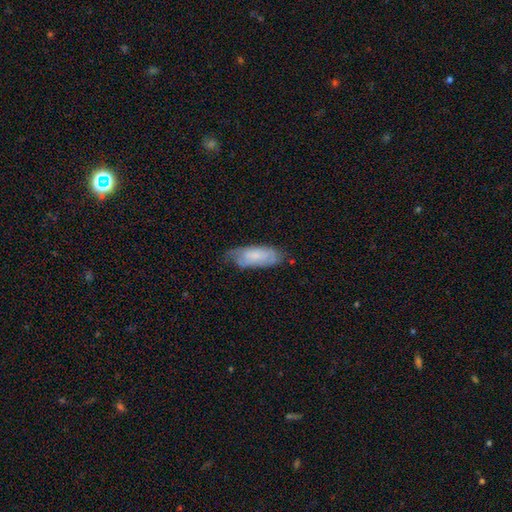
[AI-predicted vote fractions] smooth 60%, featured or disk 33%, star or artifact 7%. Down the decision tree: how rounded — in between (76%); merging — none (56%).